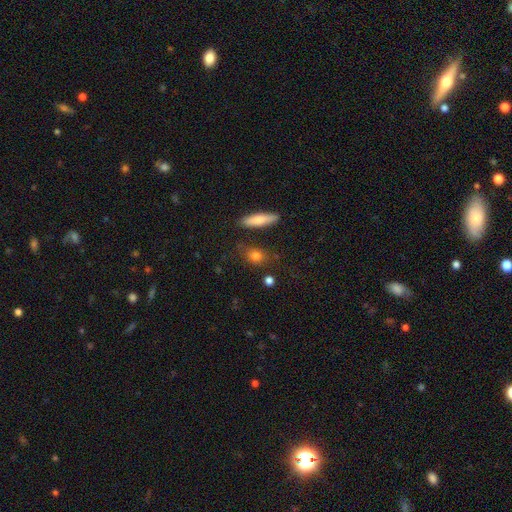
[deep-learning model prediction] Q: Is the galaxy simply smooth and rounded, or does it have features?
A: smooth — 78%.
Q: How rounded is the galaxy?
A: in between — 46%.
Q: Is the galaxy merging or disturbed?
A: none — 75%.